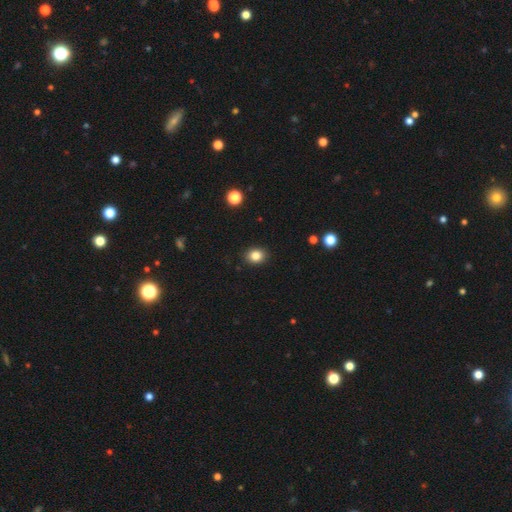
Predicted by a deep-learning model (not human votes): Morphology: type=smooth (85%); roundness=round (60%); merging=none (90%).